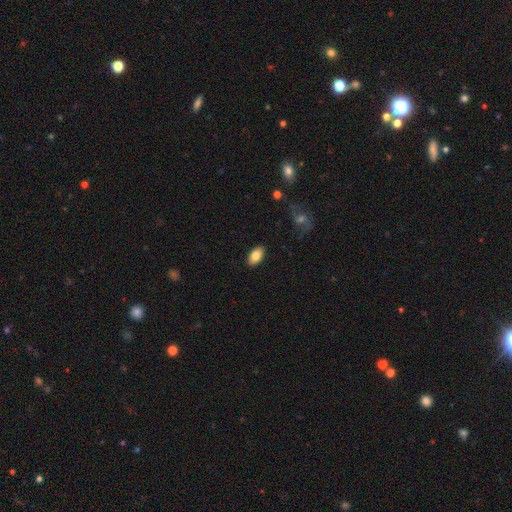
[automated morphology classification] Smooth or featured? Predicted: smooth (p=0.81). How rounded? Predicted: in between (p=0.93). Merging? Predicted: none (p=0.88).